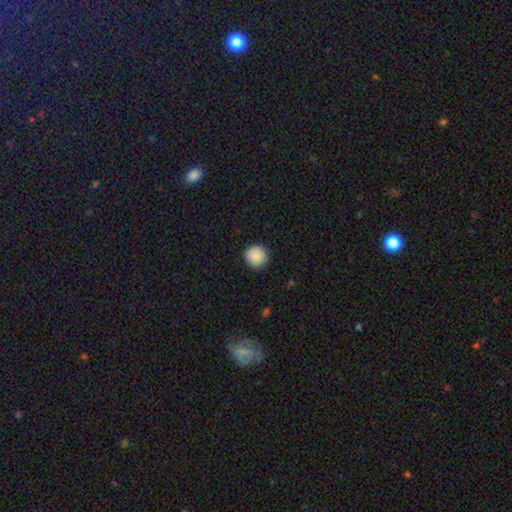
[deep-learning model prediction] Smooth or featured? smooth (87%)
How rounded? round (93%)
Merging? none (89%)